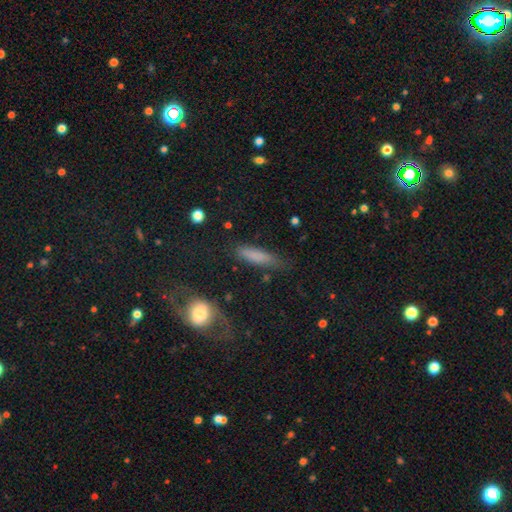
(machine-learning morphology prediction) Smooth or featured?
  - smooth: 73% *
  - featured or disk: 17%
  - star or artifact: 10%
How rounded?
  - cigar-shaped: 71% *
  - in between: 26%
  - round: 3%
Merging?
  - none: 65% *
  - minor disturbance: 21%
  - major disturbance: 9%
  - merger: 5%